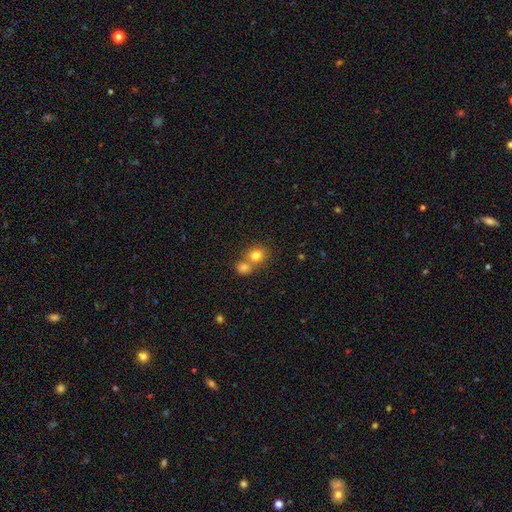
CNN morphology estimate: A smooth galaxy with no disk features (80%) that is round (77%).

Vote fractions:
- Smooth or featured? smooth: 80% / star or artifact: 11% / featured or disk: 9%
- How rounded? round: 77% / in between: 22% / cigar-shaped: 1%
- Merging? merger: 48% / none: 43% / minor disturbance: 6% / major disturbance: 2%